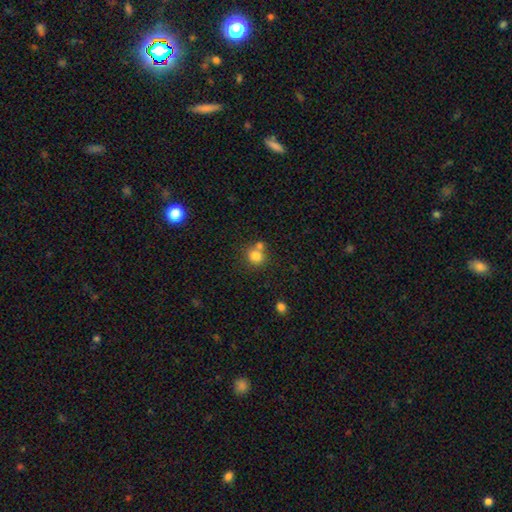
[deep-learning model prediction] Smooth or featured: smooth — 80% (star or artifact — 12%)
How rounded: round — 85% (in between — 14%)
Merging: none — 57% (merger — 31%)